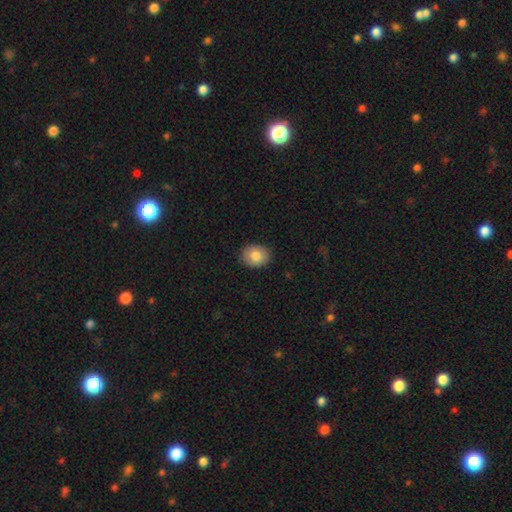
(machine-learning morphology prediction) smooth 80%, featured or disk 12%, star or artifact 8%. Down the decision tree: how rounded — in between (50%); merging — none (87%).